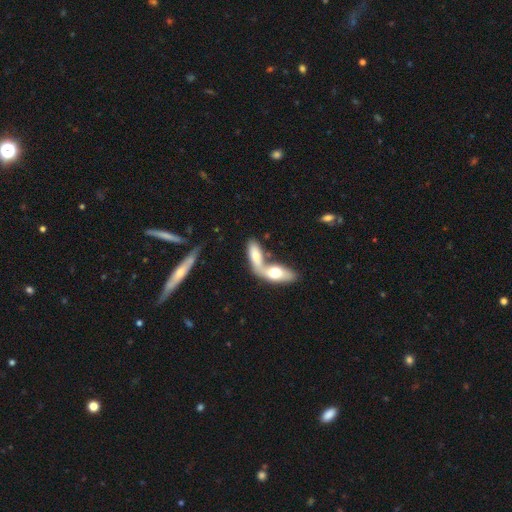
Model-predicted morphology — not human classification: type=smooth (66%); roundness=in between (73%); merging=merger (71%).